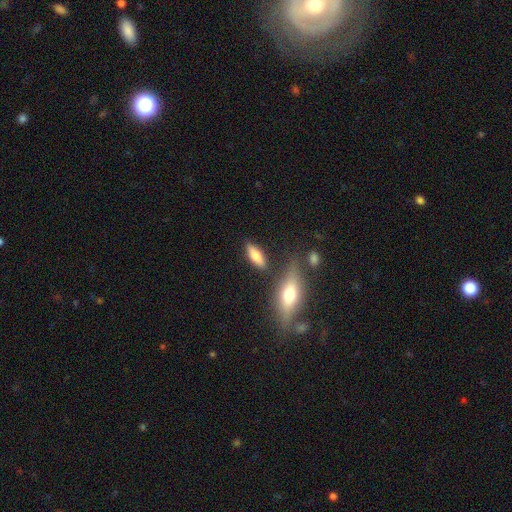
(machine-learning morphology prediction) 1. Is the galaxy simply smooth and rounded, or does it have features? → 74% smooth, 19% featured or disk, 7% star or artifact.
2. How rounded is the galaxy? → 60% in between, 37% cigar-shaped, 3% round.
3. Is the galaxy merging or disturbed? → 77% none, 13% minor disturbance, 6% merger, 4% major disturbance.